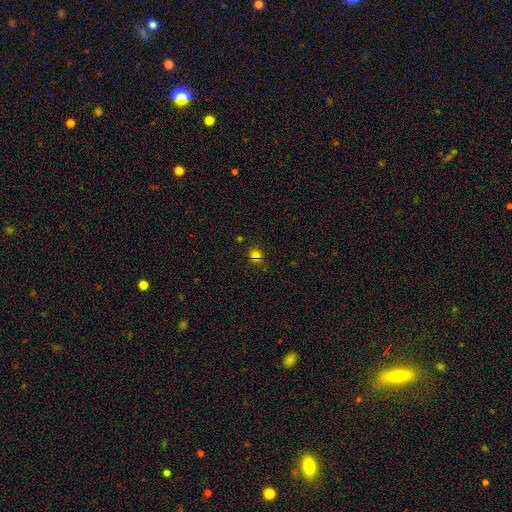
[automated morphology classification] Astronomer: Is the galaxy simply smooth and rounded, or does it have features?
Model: smooth — 53% (runner-up: star or artifact, 40%).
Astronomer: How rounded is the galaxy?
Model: round — 78%.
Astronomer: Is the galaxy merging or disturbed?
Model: none — 78%.